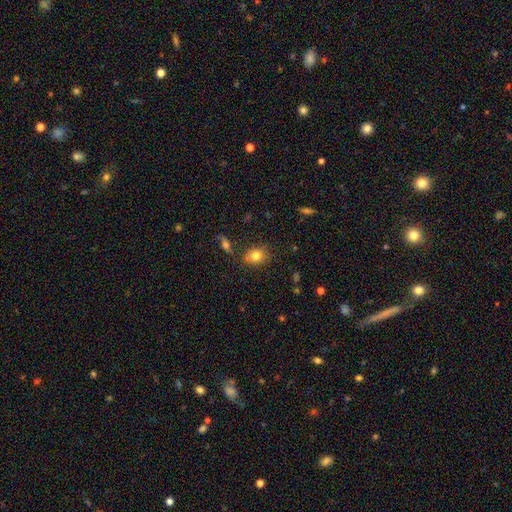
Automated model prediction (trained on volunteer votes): A smooth galaxy with no disk features (79%) that is in between round and cigar-shaped (58%).

Vote fractions:
- Smooth or featured? smooth: 79% / featured or disk: 10% / star or artifact: 10%
- How rounded? in between: 58% / round: 41% / cigar-shaped: 1%
- Merging? none: 79% / minor disturbance: 14% / merger: 4% / major disturbance: 3%